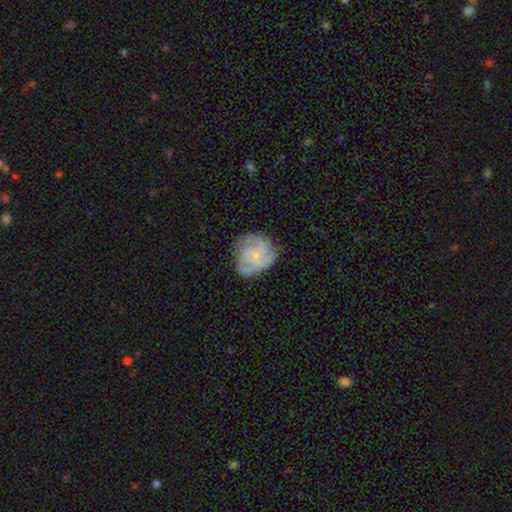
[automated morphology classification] smooth_or_featured: featured or disk (p=0.62) [alt: smooth p=0.30]
disk_edge_on: no (p=0.98) [alt: yes p=0.02]
bar: no (p=0.81) [alt: weak p=0.17]
has_spiral_arms: yes (p=0.83) [alt: no p=0.17]
spiral_winding: tight (p=0.46) [alt: medium p=0.40]
spiral_arm_count: 3 (p=0.33) [alt: can't tell p=0.29]
bulge_size: small (p=0.72) [alt: moderate p=0.18]
merging: none (p=0.64) [alt: minor disturbance p=0.24]